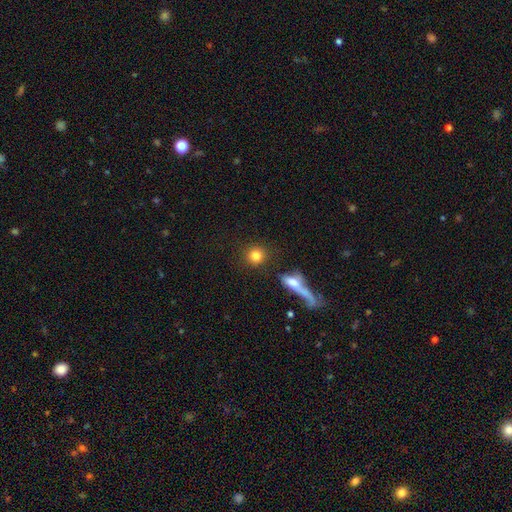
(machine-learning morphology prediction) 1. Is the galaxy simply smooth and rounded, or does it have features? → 81% smooth, 10% star or artifact, 9% featured or disk.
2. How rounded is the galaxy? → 89% round, 9% in between, 2% cigar-shaped.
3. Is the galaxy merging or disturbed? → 79% none, 9% merger, 8% minor disturbance, 4% major disturbance.